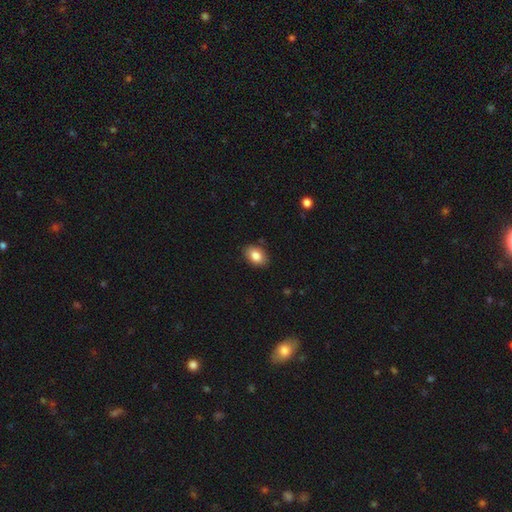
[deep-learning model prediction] Morphology: type=smooth (85%); roundness=in between (81%); merging=none (86%).